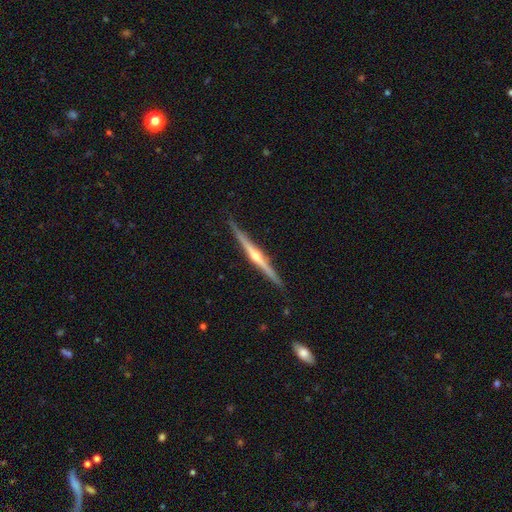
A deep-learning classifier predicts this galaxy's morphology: smooth-or-featured: featured or disk: 83% | smooth: 13% | star or artifact: 5%
  disk-edge-on: yes: 98% | no: 2%
    edge-on-bulge: rounded: 86% | none: 9% | boxy: 5%
  merging: none: 89% | minor disturbance: 8% | major disturbance: 1% | merger: 1%